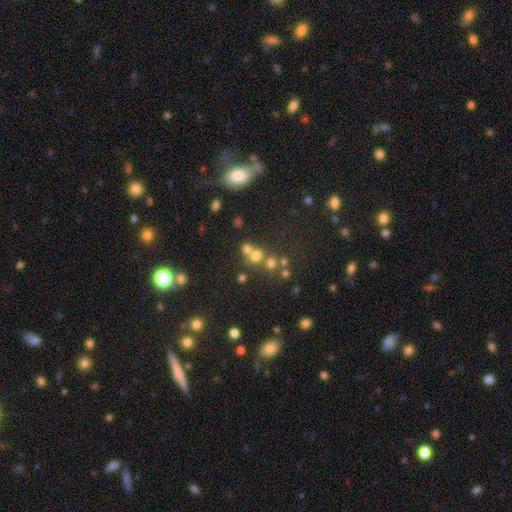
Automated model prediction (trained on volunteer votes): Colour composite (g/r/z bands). It shows a smooth galaxy with no disk features (62%) that is round (81%). Merging: none (47%).